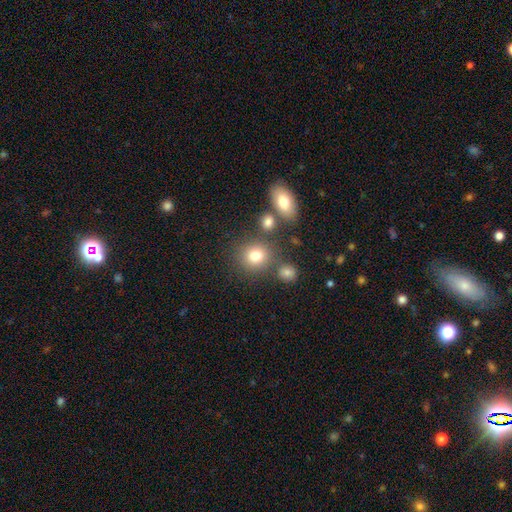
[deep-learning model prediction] Smooth or featured? smooth (79%)
How rounded? round (81%)
Merging? none (74%)